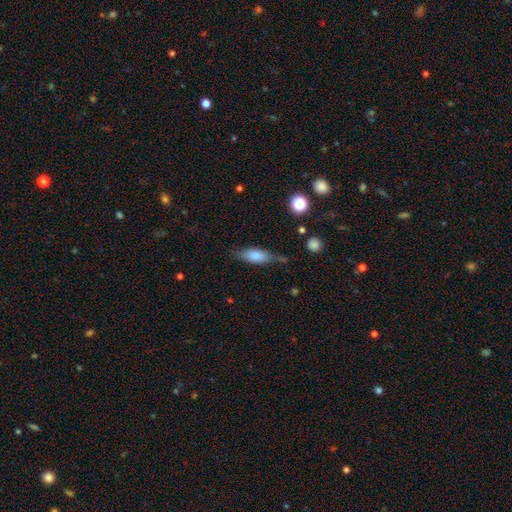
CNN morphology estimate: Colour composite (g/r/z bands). It shows a smooth galaxy with no disk features (66%) that is in between round and cigar-shaped (63%). Merging: none (63%).